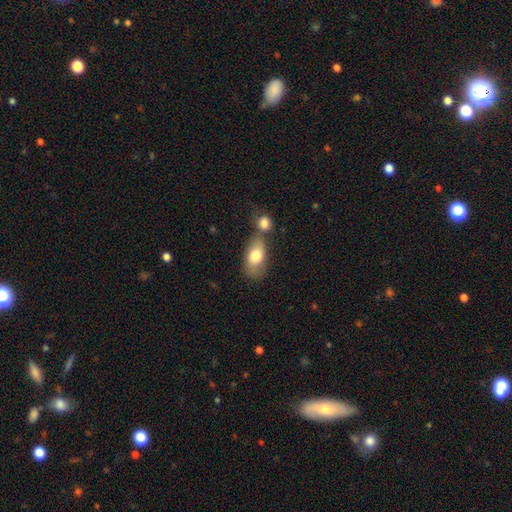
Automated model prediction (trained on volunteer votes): smooth-or-featured: smooth: 76% | featured or disk: 17% | star or artifact: 7%
  how-rounded: in between: 88% | round: 9% | cigar-shaped: 3%
  merging: none: 44% | merger: 34% | minor disturbance: 15% | major disturbance: 6%